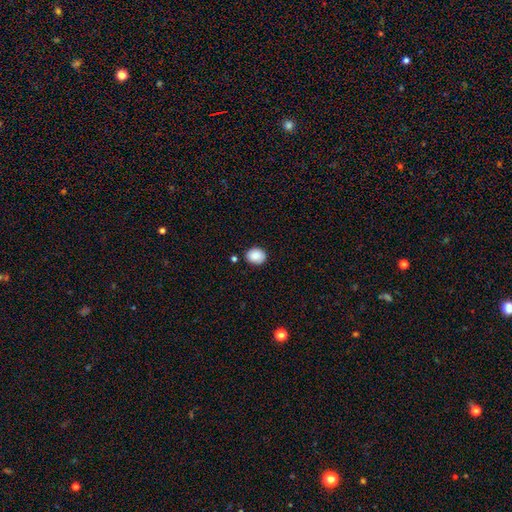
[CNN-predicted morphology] This is clearly a smooth galaxy (88%). How rounded: likely round (61%). Merging: clearly none (82%).